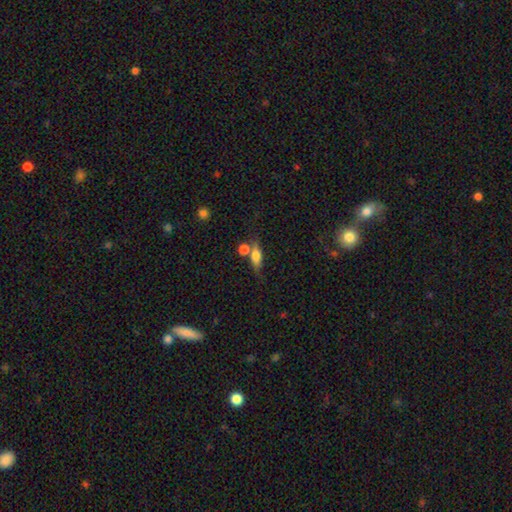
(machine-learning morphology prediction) Overall: smooth (65%; featured or disk 26%). How rounded: in between (62%; cigar-shaped 28%). Merging: none (55%; merger 23%).